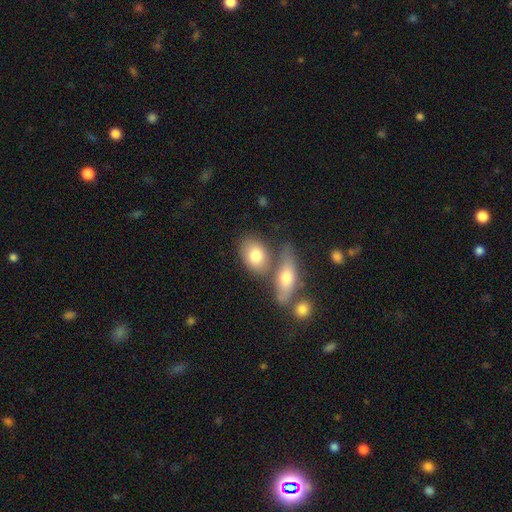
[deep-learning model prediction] Smooth or featured? Predicted: smooth (p=0.77). How rounded? Predicted: in between (p=0.77). Merging? Predicted: none (p=0.54).